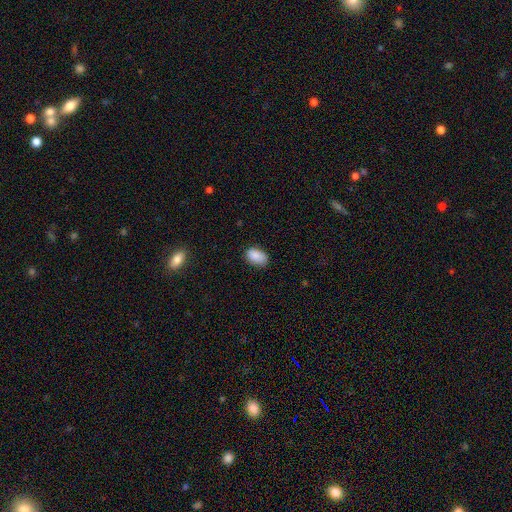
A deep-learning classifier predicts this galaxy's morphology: Smooth or featured?
  - smooth: 88% *
  - star or artifact: 8%
  - featured or disk: 4%
How rounded?
  - in between: 89% *
  - round: 9%
  - cigar-shaped: 1%
Merging?
  - none: 77% *
  - minor disturbance: 19%
  - major disturbance: 3%
  - merger: 1%